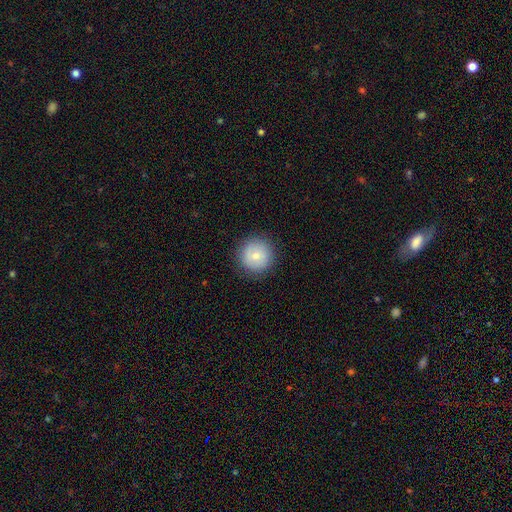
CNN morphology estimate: Smooth or featured? smooth (77%)
How rounded? round (96%)
Merging? none (88%)